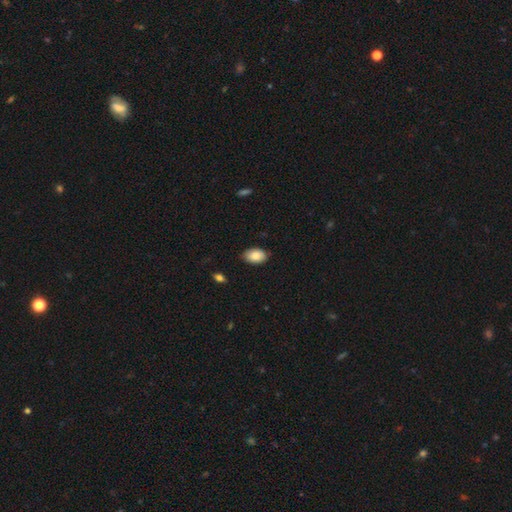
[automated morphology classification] smooth-or-featured: smooth: 85% | featured or disk: 8% | star or artifact: 7%
  how-rounded: in between: 90% | round: 8% | cigar-shaped: 1%
  merging: none: 84% | minor disturbance: 13% | major disturbance: 2% | merger: 1%